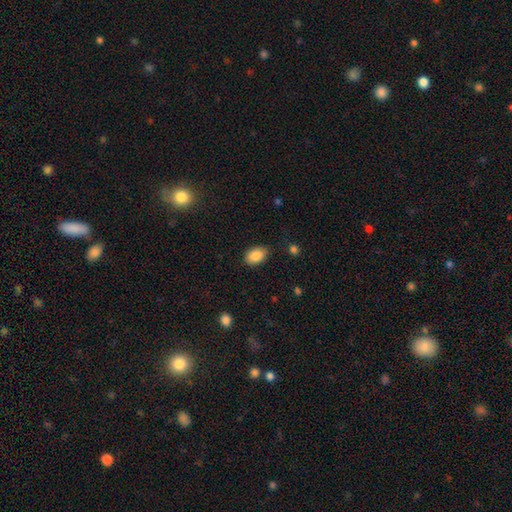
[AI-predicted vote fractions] Smooth or featured?
  - smooth: 88% *
  - star or artifact: 7%
  - featured or disk: 5%
How rounded?
  - in between: 89% *
  - round: 10%
  - cigar-shaped: 1%
Merging?
  - none: 83% *
  - minor disturbance: 13%
  - major disturbance: 3%
  - merger: 1%